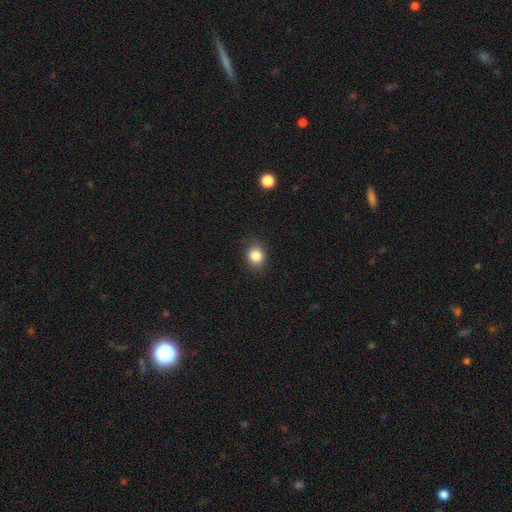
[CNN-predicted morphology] smooth 84%, star or artifact 10%, featured or disk 6%. Down the decision tree: how rounded — round (61%); merging — none (83%).